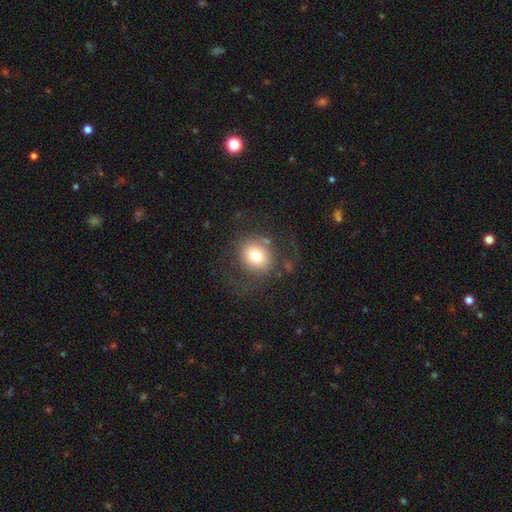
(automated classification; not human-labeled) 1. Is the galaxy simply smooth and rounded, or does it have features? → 71% smooth, 17% featured or disk, 11% star or artifact.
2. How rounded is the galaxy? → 78% round, 21% in between, 1% cigar-shaped.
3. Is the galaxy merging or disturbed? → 66% none, 16% major disturbance, 16% minor disturbance, 3% merger.